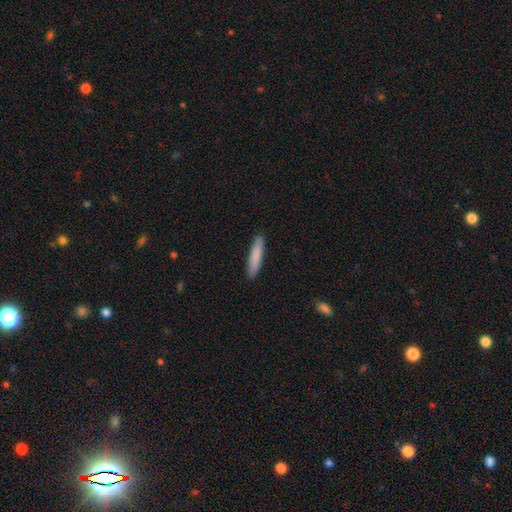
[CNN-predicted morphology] This appears to be a smooth galaxy with no disk features (83%) that is cigar-shaped (88%). Merging: none (90%).